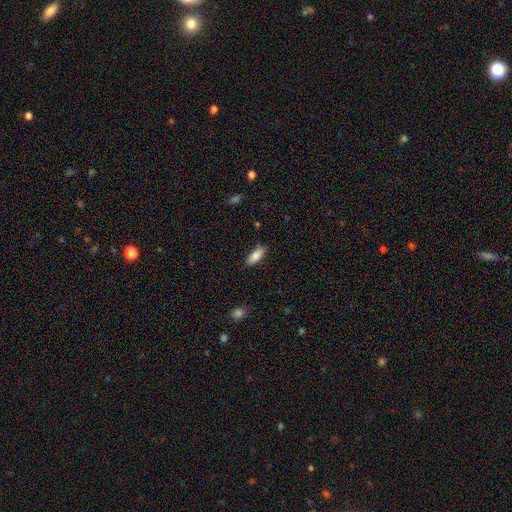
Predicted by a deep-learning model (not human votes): A smooth galaxy with no disk features (84%) that is in between round and cigar-shaped (74%). Merging: none (83%).